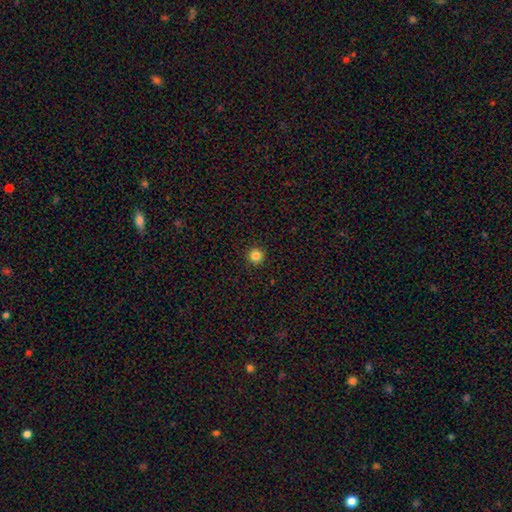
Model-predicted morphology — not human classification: smooth_or_featured: smooth (p=0.84) [alt: star or artifact p=0.12]
how_rounded: round (p=0.96) [alt: in between p=0.03]
merging: none (p=0.93) [alt: minor disturbance p=0.04]